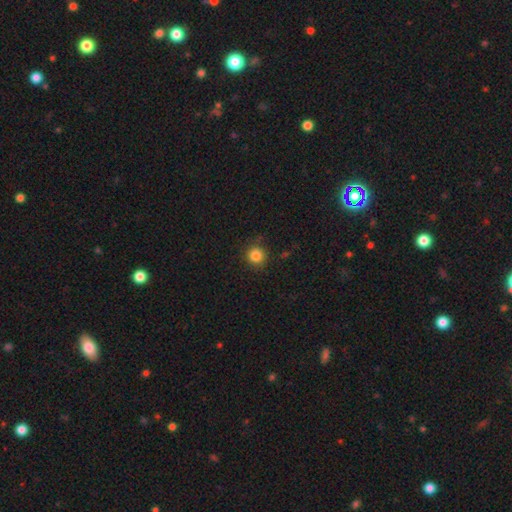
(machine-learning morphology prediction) A smooth galaxy with no disk features (84%) that is round (94%). Merging: none (88%).